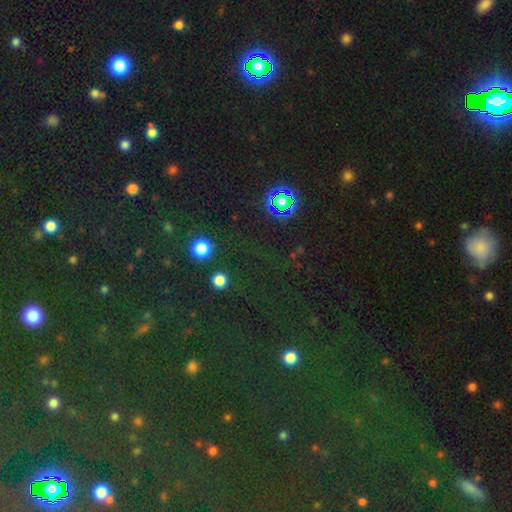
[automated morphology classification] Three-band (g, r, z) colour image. It shows a star or artifact, not a galaxy (74%).